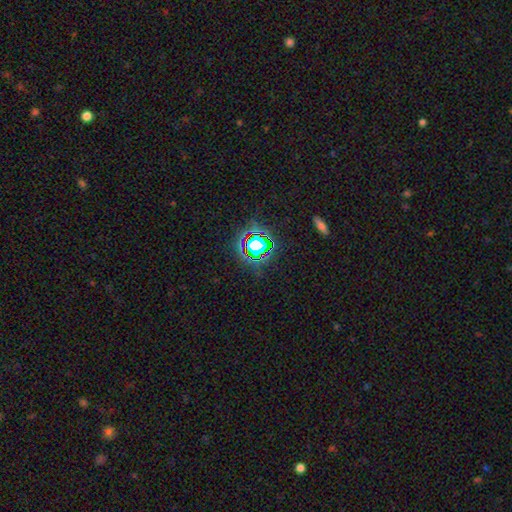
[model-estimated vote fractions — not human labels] Smooth or featured? star or artifact (77%)